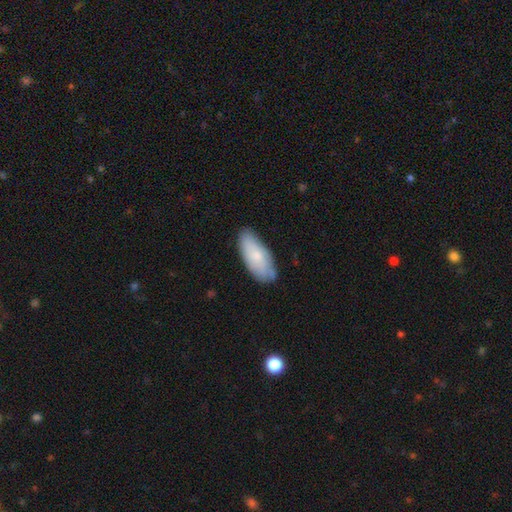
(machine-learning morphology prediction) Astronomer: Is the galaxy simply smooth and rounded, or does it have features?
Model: smooth — 74%.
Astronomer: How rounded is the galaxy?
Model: in between — 85%.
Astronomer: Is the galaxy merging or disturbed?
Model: none — 77%.